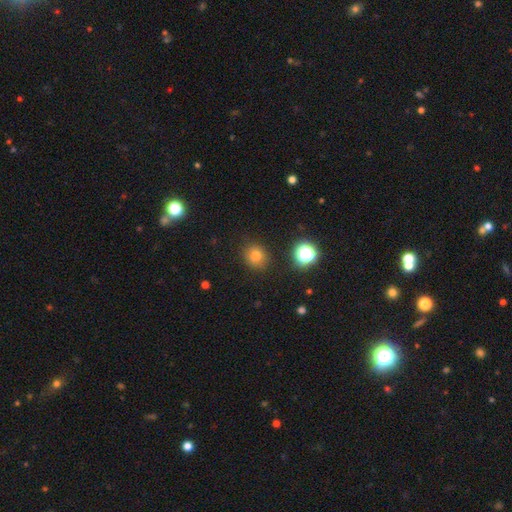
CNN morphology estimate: Q: Smooth or featured?
A: smooth (75%); runner-up: star or artifact (17%)
Q: How rounded?
A: round (81%); runner-up: in between (19%)
Q: Merging?
A: none (86%); runner-up: minor disturbance (9%)